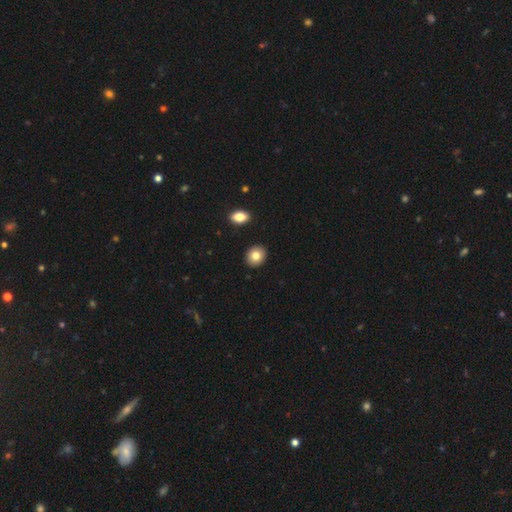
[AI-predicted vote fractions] Overall: smooth (81%). How rounded: round (57%; in between 42%). Merging: none (90%).